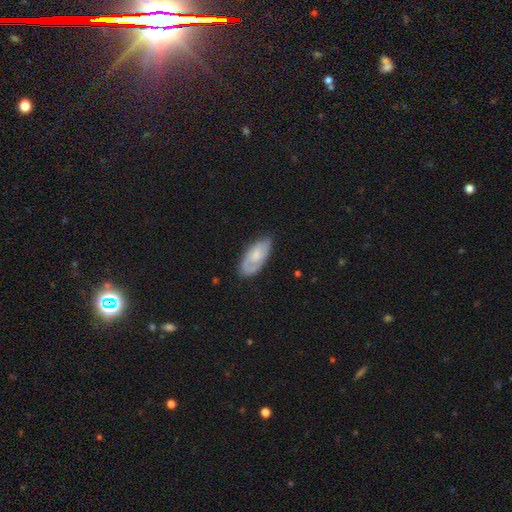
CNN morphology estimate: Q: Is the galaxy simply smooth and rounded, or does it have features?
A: featured or disk — 48%.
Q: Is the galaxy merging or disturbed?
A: none — 73%.